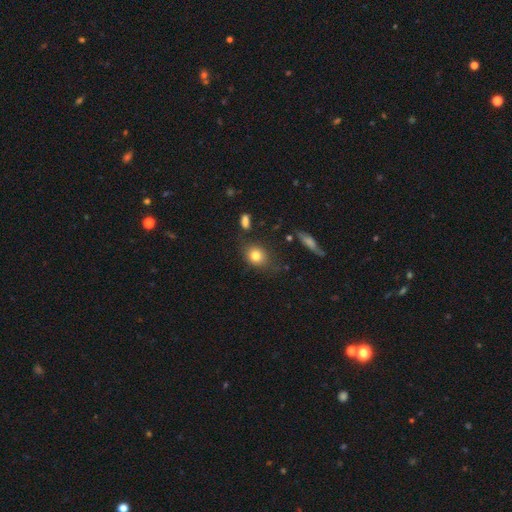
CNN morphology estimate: Smooth or featured: smooth — 80% (featured or disk — 10%)
How rounded: round — 57% (in between — 41%)
Merging: none — 72% (minor disturbance — 18%)